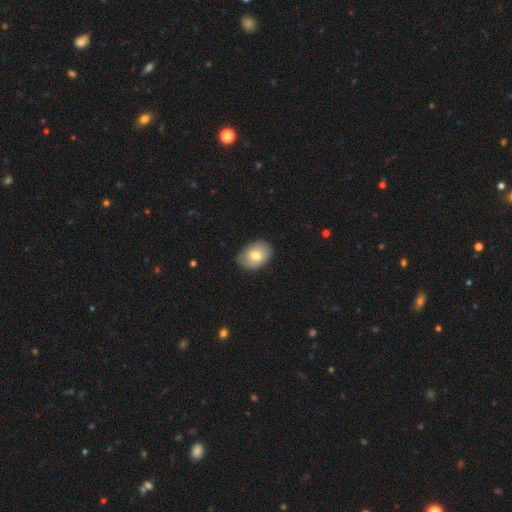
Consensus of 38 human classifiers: smooth-or-featured: smooth: 76% | featured or disk: 21% | star or artifact: 3%
  how-rounded: in between: 62% | round: 38% | cigar-shaped: 0%
  merging: none: 68% | minor disturbance: 30% | major disturbance: 3% | merger: 0%